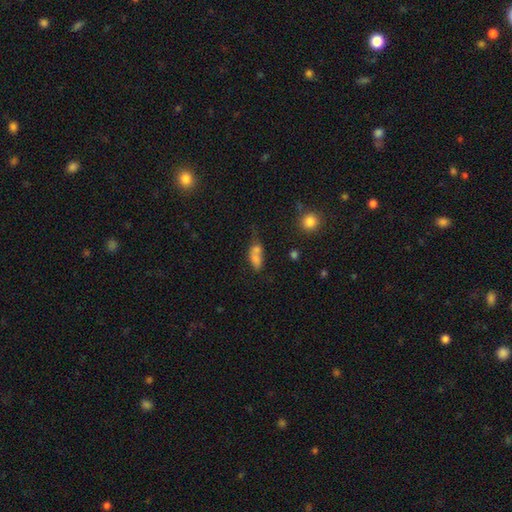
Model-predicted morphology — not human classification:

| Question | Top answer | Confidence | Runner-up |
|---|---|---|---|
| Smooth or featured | smooth | 70% | featured or disk (19%) |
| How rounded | in between | 80% | round (11%) |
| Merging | merger | 48% | none (24%) |